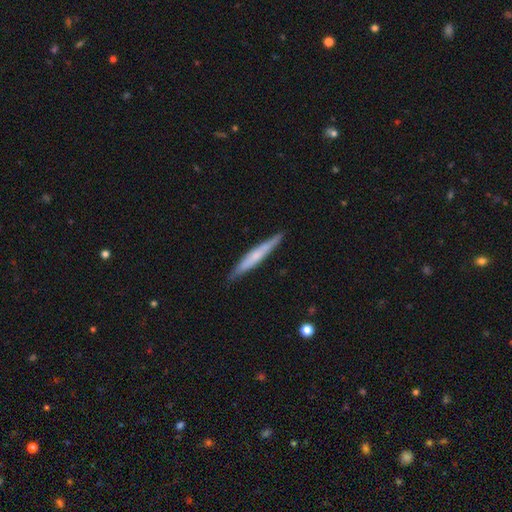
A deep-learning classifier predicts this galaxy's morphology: type=smooth (50%); merging=none (87%).